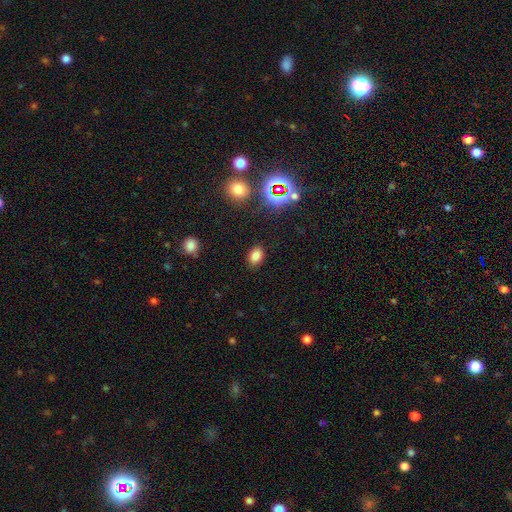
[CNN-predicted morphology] Overall: smooth (79%). How rounded: in between (79%). Merging: none (85%).